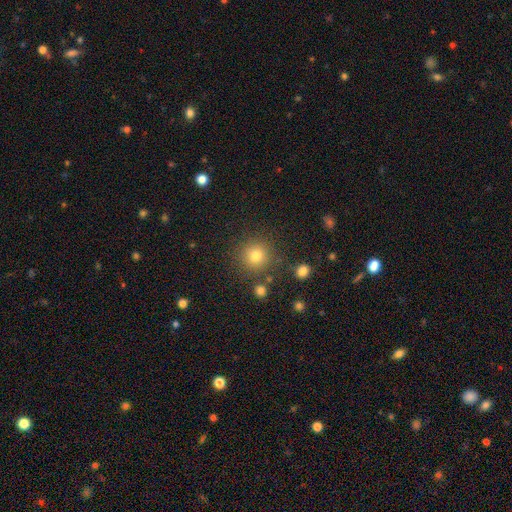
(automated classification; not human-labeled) smooth-or-featured: smooth: 79% | star or artifact: 14% | featured or disk: 6%
  how-rounded: round: 93% | in between: 6% | cigar-shaped: 1%
  merging: none: 86% | minor disturbance: 7% | merger: 4% | major disturbance: 3%